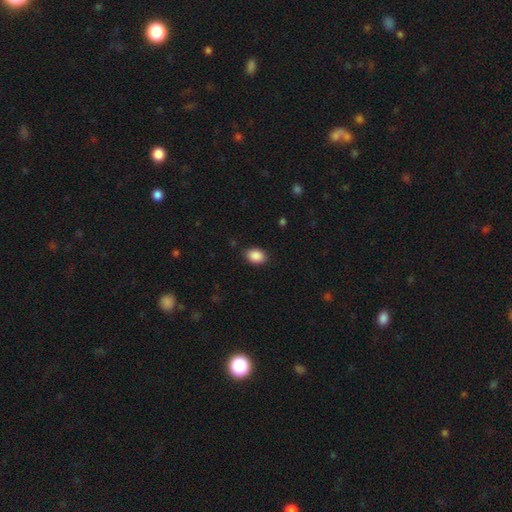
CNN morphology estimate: Smooth or featured? smooth (89%)
How rounded? in between (76%)
Merging? none (86%)